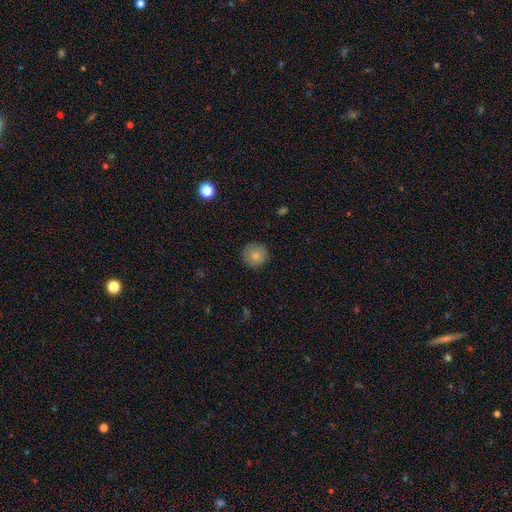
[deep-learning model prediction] Smooth or featured? smooth (81%)
How rounded? round (95%)
Merging? none (88%)